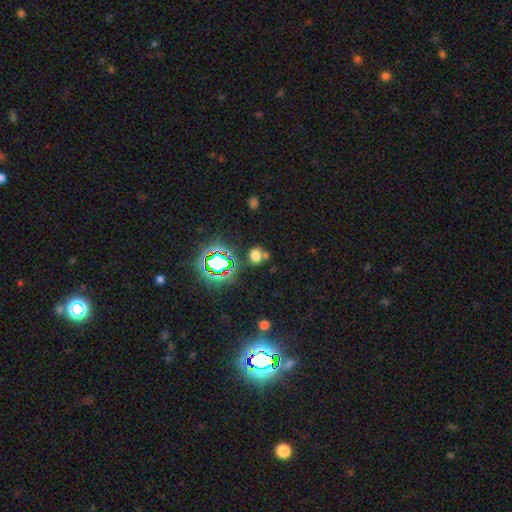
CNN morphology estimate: This is possibly a smooth galaxy (60%). How rounded: likely round (70%). Merging: likely none (64%).